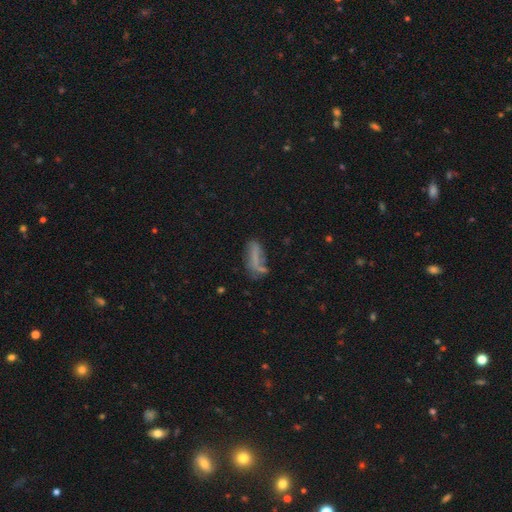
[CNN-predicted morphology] Smooth or featured?
  - smooth: 54% *
  - featured or disk: 32%
  - star or artifact: 14%
How rounded?
  - in between: 58% *
  - cigar-shaped: 39%
  - round: 3%
Merging?
  - none: 46% *
  - minor disturbance: 27%
  - major disturbance: 19%
  - merger: 9%